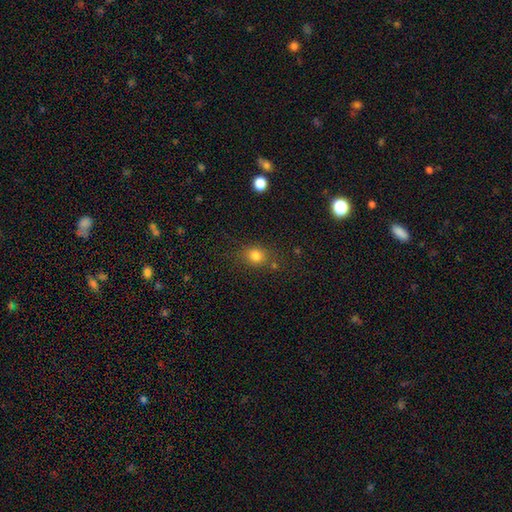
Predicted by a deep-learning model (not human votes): Smooth or featured? Predicted: smooth (p=0.79). How rounded? Predicted: round (p=0.63). Merging? Predicted: none (p=0.72).